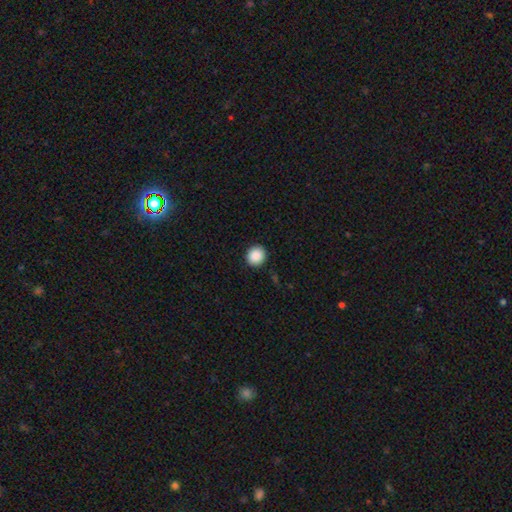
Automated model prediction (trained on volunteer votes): A smooth galaxy with no disk features (89%) that is round (88%).

Vote fractions:
- Smooth or featured? smooth: 89% / star or artifact: 8% / featured or disk: 2%
- How rounded? round: 88% / in between: 11% / cigar-shaped: 1%
- Merging? none: 92% / minor disturbance: 5% / major disturbance: 2% / merger: 1%